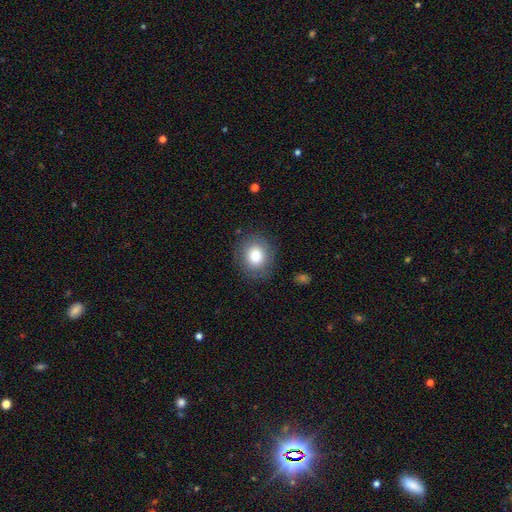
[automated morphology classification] smooth 81%, featured or disk 10%, star or artifact 9%. Down the decision tree: how rounded — round (70%); merging — none (85%).